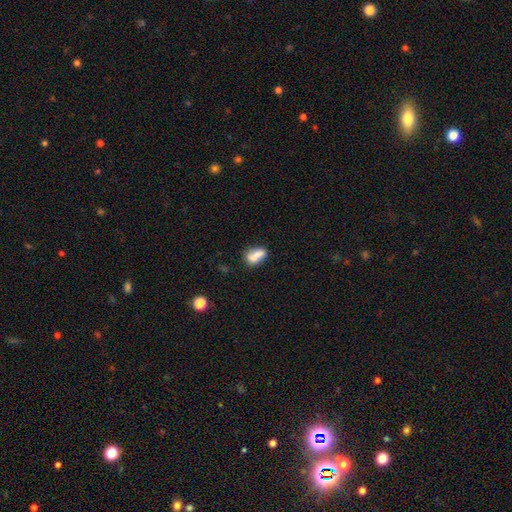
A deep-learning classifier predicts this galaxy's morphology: Overall: smooth (71%). How rounded: in between (74%). Merging: none (46%; merger 27%).